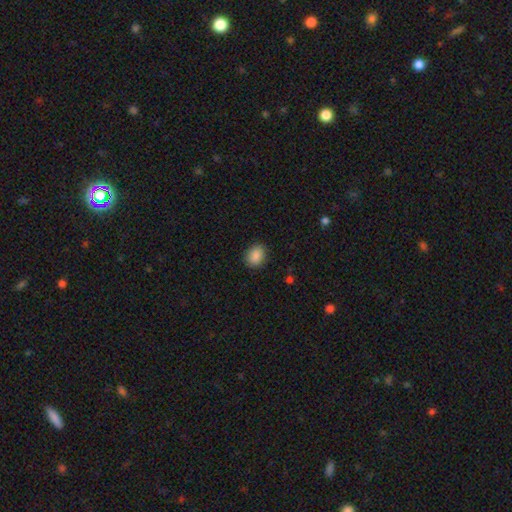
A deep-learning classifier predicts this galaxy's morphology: This appears to be a smooth galaxy with no disk features (88%) that is in between round and cigar-shaped (54%). Merging: none (88%).